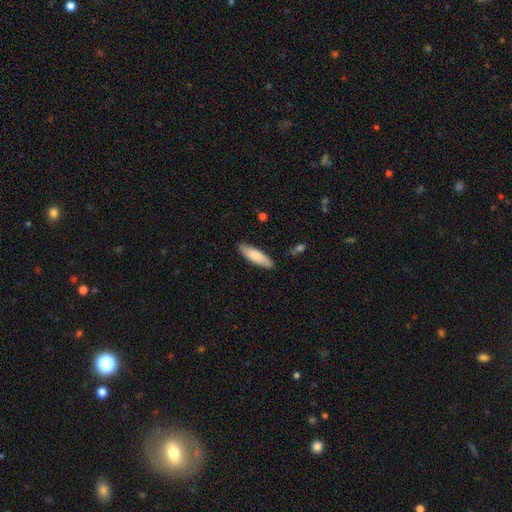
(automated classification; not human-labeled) This appears to be a smooth galaxy with no disk features (81%) that is cigar-shaped (53%). Merging: none (87%).